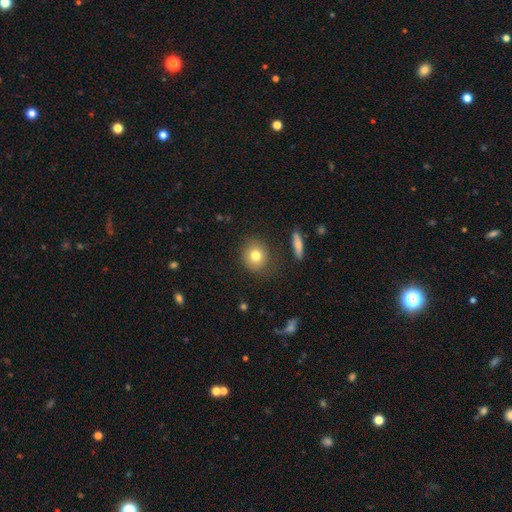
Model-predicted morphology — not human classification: Smooth or featured?
  - smooth: 79% *
  - featured or disk: 11%
  - star or artifact: 10%
How rounded?
  - round: 80% *
  - in between: 18%
  - cigar-shaped: 1%
Merging?
  - none: 85% *
  - minor disturbance: 9%
  - major disturbance: 3%
  - merger: 2%